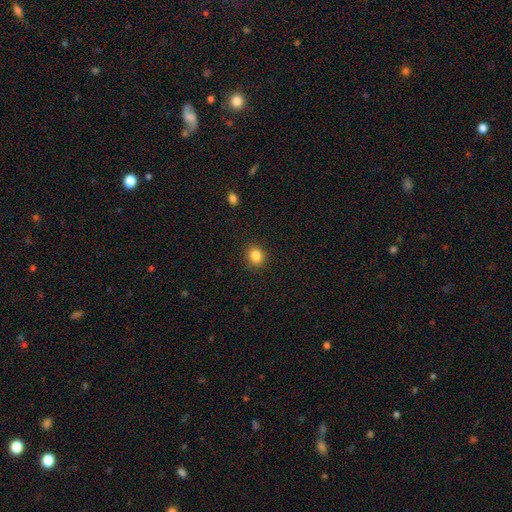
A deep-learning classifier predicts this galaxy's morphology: This appears to be a smooth galaxy with no disk features (85%) that is round (79%). Merging: none (90%).